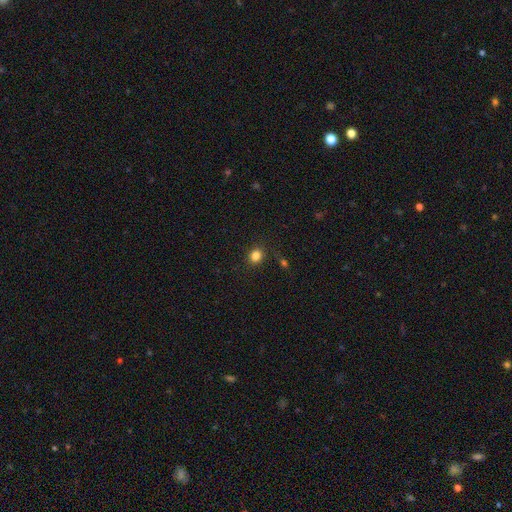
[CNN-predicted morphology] Q: Smooth or featured?
A: smooth (83%); runner-up: star or artifact (12%)
Q: How rounded?
A: round (75%); runner-up: in between (24%)
Q: Merging?
A: none (85%); runner-up: minor disturbance (9%)